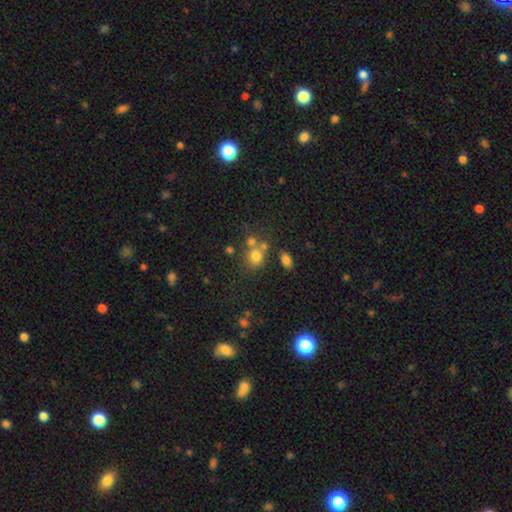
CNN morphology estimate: A smooth galaxy with no disk features (72%) that is round (72%). Merging: none (52%).